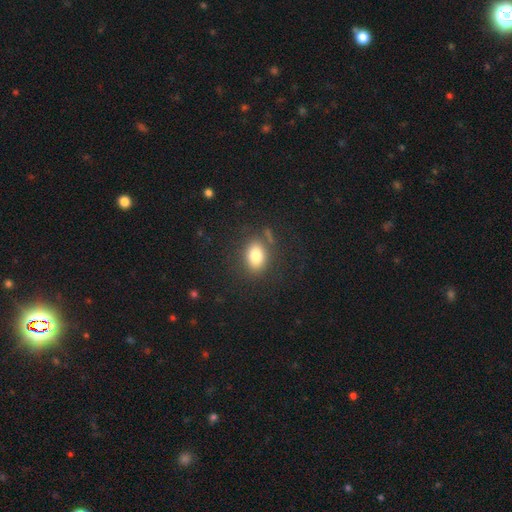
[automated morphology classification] A smooth galaxy with no disk features (82%) that is in between round and cigar-shaped (73%). Merging: none (78%).